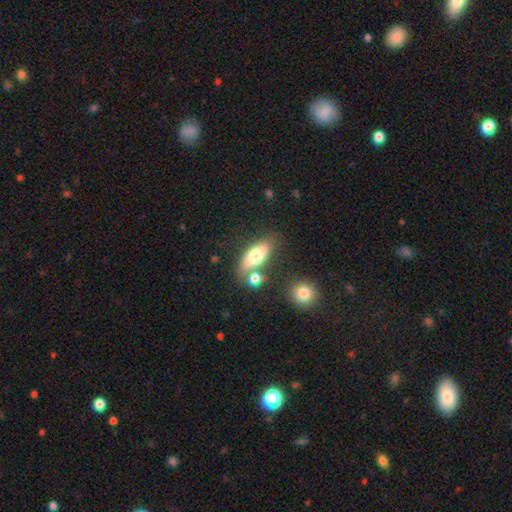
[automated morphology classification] Smooth or featured? smooth (69%)
How rounded? in between (77%)
Merging? none (59%)